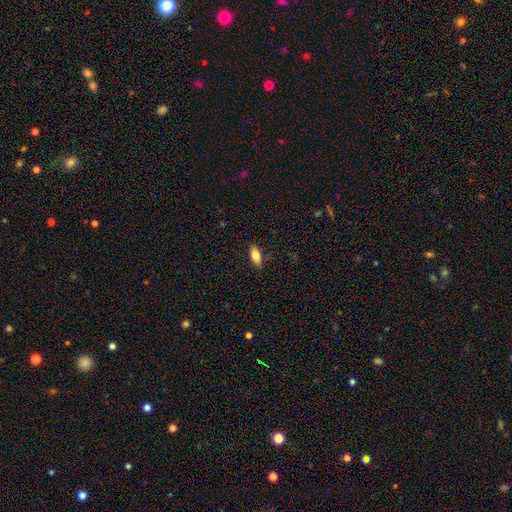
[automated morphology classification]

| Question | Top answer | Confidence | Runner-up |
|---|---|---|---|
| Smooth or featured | smooth | 77% | featured or disk (16%) |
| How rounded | in between | 85% | cigar-shaped (12%) |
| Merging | none | 86% | minor disturbance (10%) |